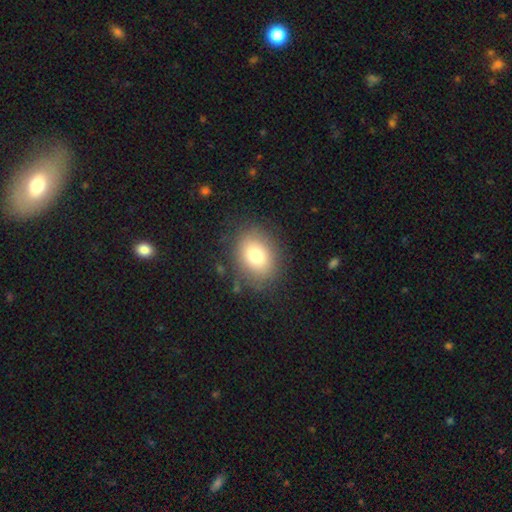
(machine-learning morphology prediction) Smooth or featured? Predicted: smooth (p=0.77). How rounded? Predicted: in between (p=0.62). Merging? Predicted: none (p=0.81).